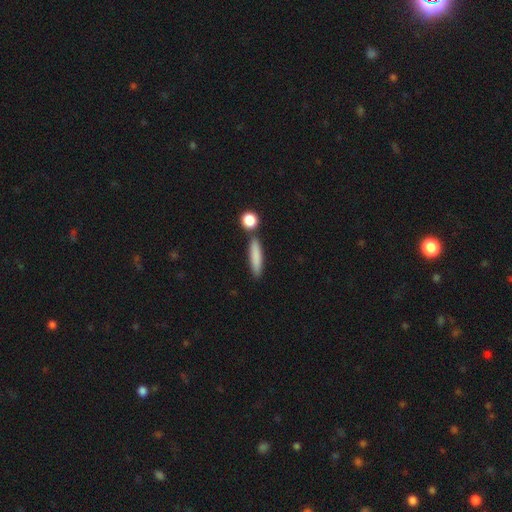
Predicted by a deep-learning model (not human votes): smooth 81%, featured or disk 12%, star or artifact 6%. Down the decision tree: how rounded — cigar-shaped (83%); merging — none (78%).